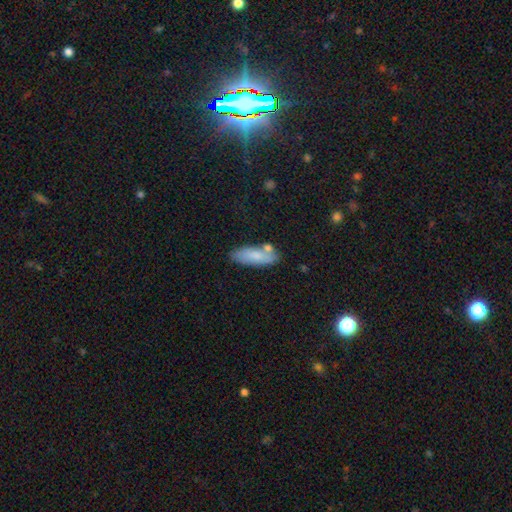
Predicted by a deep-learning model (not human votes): This is likely a smooth galaxy (76%). How rounded: likely in between (67%). Merging: likely none (69%).